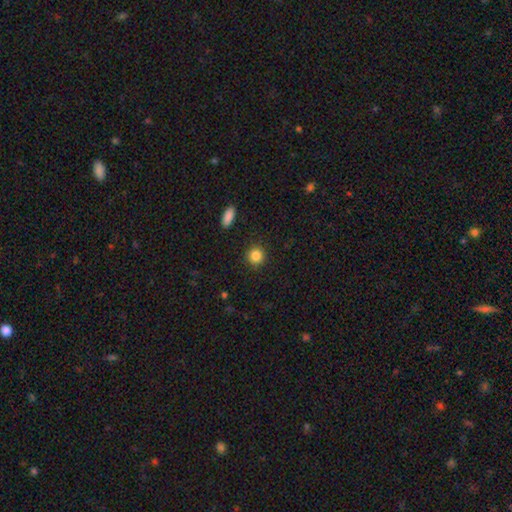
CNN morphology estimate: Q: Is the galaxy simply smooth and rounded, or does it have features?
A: smooth — 86%.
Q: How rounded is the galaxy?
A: round — 89%.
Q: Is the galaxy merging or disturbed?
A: none — 91%.